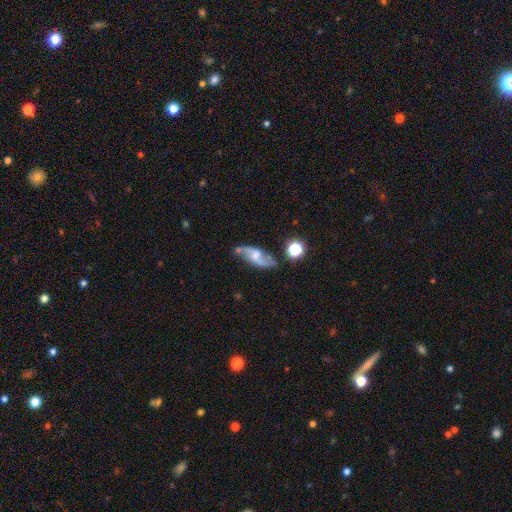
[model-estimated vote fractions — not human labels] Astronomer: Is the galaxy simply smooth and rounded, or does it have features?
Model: featured or disk — 74%.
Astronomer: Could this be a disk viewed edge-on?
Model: no — 89%.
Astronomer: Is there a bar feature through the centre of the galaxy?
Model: weak — 46% (runner-up: no, 40%).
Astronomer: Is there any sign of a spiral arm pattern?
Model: yes — 92%.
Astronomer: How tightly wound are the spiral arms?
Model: loose — 69%.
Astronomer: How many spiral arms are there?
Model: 2 — 91%.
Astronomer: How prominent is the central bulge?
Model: moderate — 39% (runner-up: small, 32%).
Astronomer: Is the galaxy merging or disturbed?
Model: none — 65%.